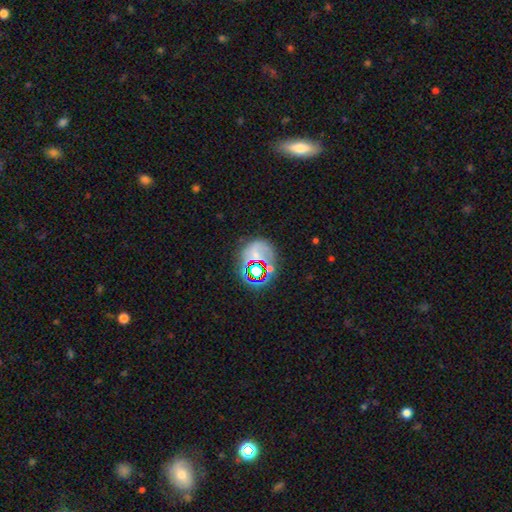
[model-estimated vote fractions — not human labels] Smooth or featured?
  - smooth: 38% *
  - star or artifact: 36%
  - featured or disk: 26%
Merging?
  - none: 56% *
  - minor disturbance: 19%
  - major disturbance: 15%
  - merger: 11%